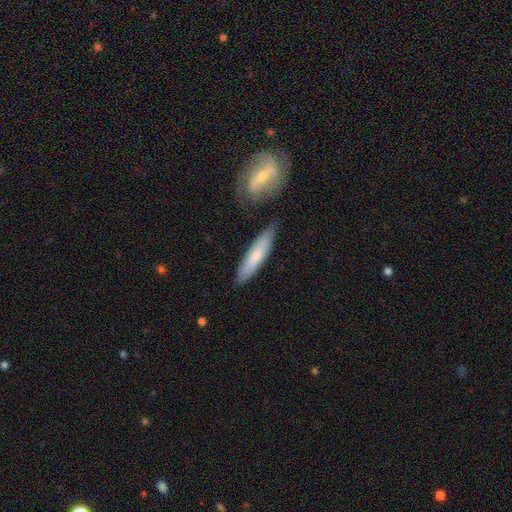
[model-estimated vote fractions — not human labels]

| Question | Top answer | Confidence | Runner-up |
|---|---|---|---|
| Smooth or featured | smooth | 68% | featured or disk (26%) |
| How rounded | cigar-shaped | 81% | in between (17%) |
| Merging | none | 76% | minor disturbance (14%) |